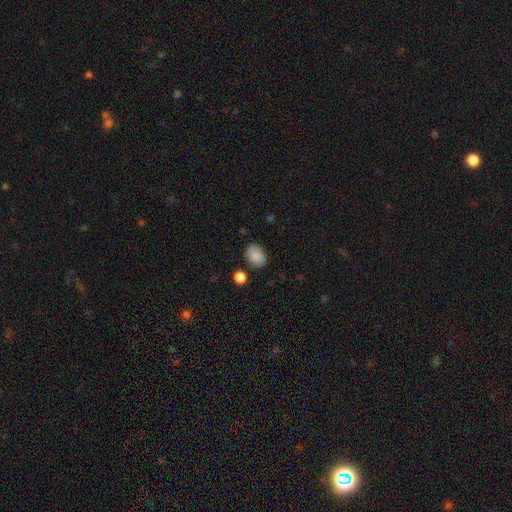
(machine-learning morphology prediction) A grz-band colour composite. It shows a smooth galaxy with no disk features (86%) that is in between round and cigar-shaped (71%). Merging: none (78%).